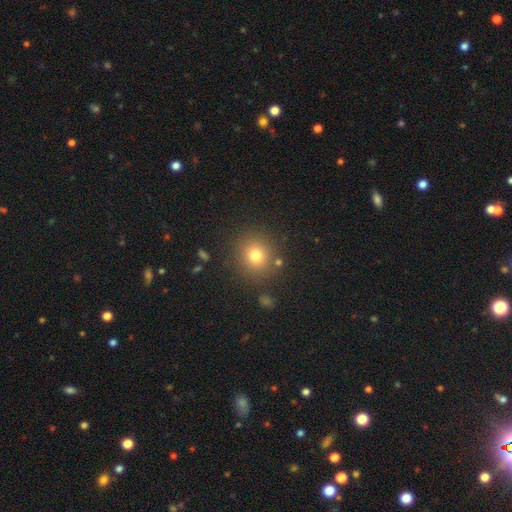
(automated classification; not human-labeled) smooth 76%, star or artifact 15%, featured or disk 9%. Down the decision tree: how rounded — round (90%); merging — none (85%).